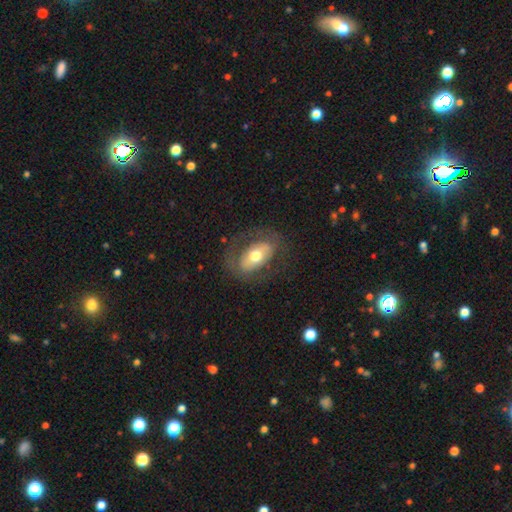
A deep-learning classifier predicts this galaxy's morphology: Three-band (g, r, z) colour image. It shows a featured or disk galaxy (48%). Merging: none (73%).